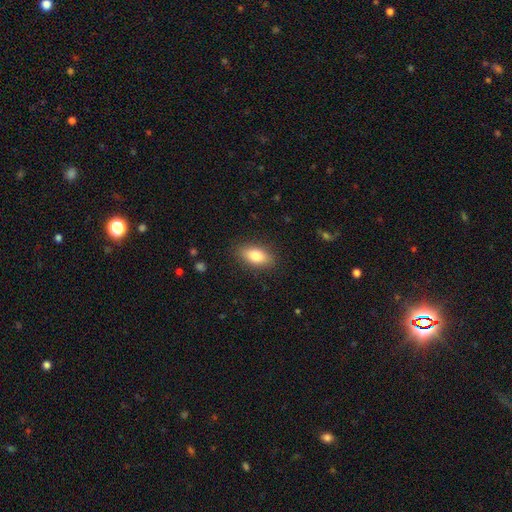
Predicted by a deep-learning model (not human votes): smooth-or-featured: smooth: 81% | featured or disk: 12% | star or artifact: 7%
  how-rounded: in between: 87% | cigar-shaped: 8% | round: 5%
  merging: none: 87% | minor disturbance: 10% | major disturbance: 3% | merger: 1%